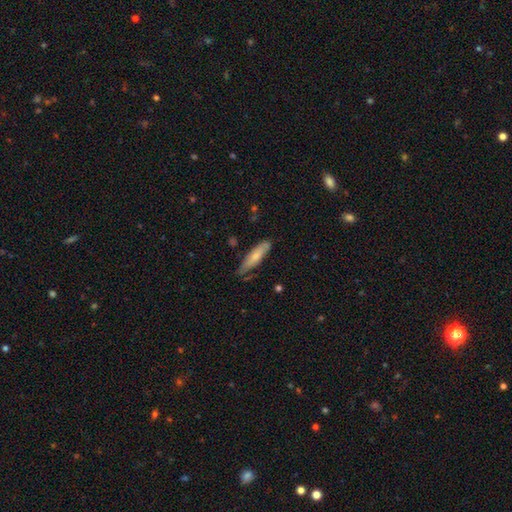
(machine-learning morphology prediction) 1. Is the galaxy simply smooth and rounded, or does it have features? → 68% smooth, 27% featured or disk, 5% star or artifact.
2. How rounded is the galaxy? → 65% cigar-shaped, 33% in between, 2% round.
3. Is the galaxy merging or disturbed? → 68% none, 25% minor disturbance, 4% major disturbance, 3% merger.